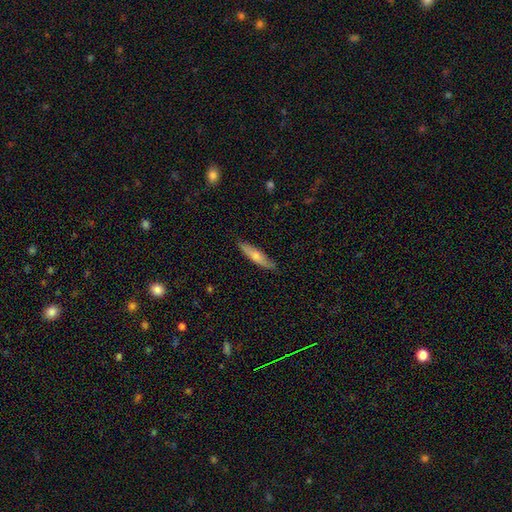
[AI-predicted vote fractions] This appears to be a smooth galaxy with no disk features (65%) that is cigar-shaped (81%). Merging: none (86%).